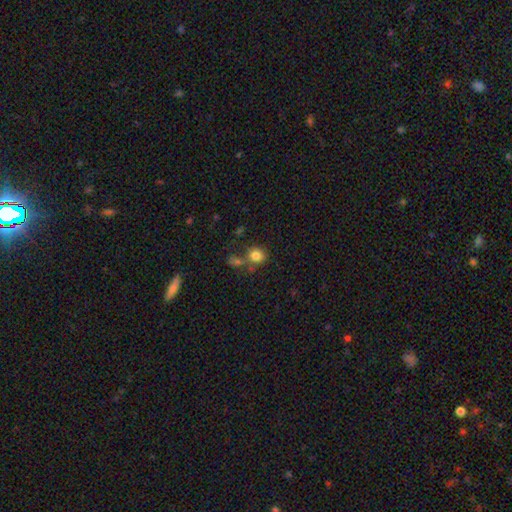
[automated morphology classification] Smooth or featured?
  - smooth: 81% *
  - star or artifact: 11%
  - featured or disk: 7%
How rounded?
  - round: 77% *
  - in between: 22%
  - cigar-shaped: 1%
Merging?
  - none: 57% *
  - merger: 25%
  - minor disturbance: 12%
  - major disturbance: 6%